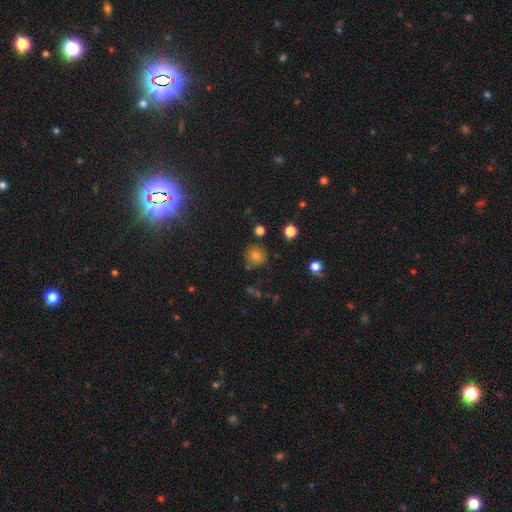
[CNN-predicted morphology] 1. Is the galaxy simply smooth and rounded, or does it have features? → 76% smooth, 14% star or artifact, 10% featured or disk.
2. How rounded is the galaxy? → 92% round, 7% in between, 1% cigar-shaped.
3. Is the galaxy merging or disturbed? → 81% none, 11% minor disturbance, 5% merger, 3% major disturbance.